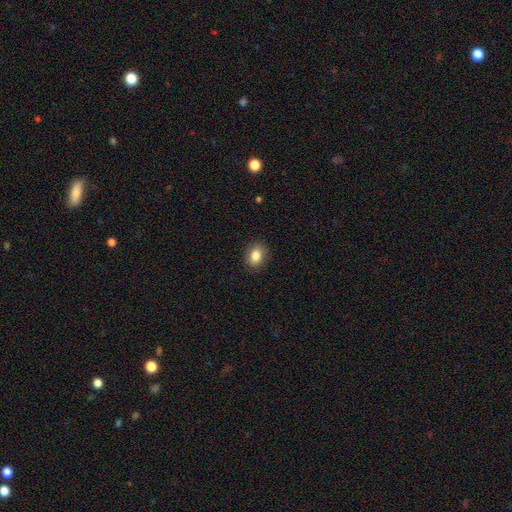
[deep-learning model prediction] A smooth galaxy with no disk features (85%) that is in between round and cigar-shaped (64%).

Vote fractions:
- Smooth or featured? smooth: 85% / star or artifact: 9% / featured or disk: 7%
- How rounded? in between: 64% / round: 35% / cigar-shaped: 1%
- Merging? none: 89% / minor disturbance: 8% / major disturbance: 2% / merger: 1%